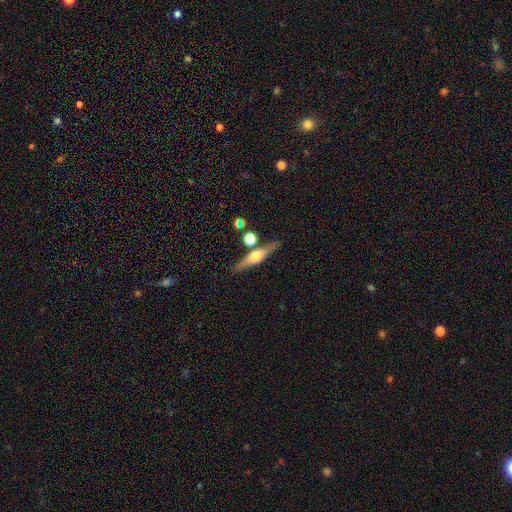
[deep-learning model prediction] smooth_or_featured: featured or disk (p=0.61) [alt: smooth p=0.32]
disk_edge_on: yes (p=0.95) [alt: no p=0.05]
edge_on_bulge: rounded (p=0.91) [alt: boxy p=0.06]
merging: none (p=0.79) [alt: minor disturbance p=0.09]